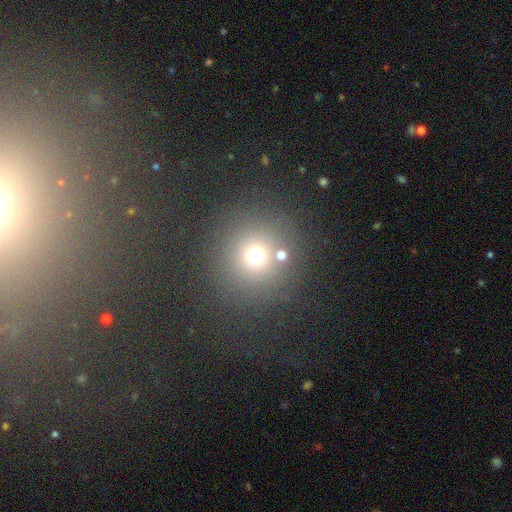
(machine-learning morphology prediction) smooth_or_featured: smooth (p=0.68) [alt: star or artifact p=0.23]
how_rounded: round (p=0.93) [alt: in between p=0.06]
merging: none (p=0.77) [alt: minor disturbance p=0.09]